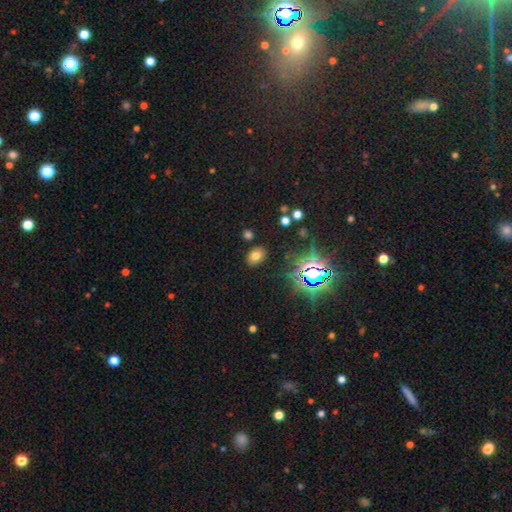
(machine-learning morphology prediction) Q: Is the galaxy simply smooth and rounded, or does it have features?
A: smooth — 69%.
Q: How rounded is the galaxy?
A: in between — 72%.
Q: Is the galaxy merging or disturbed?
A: none — 86%.